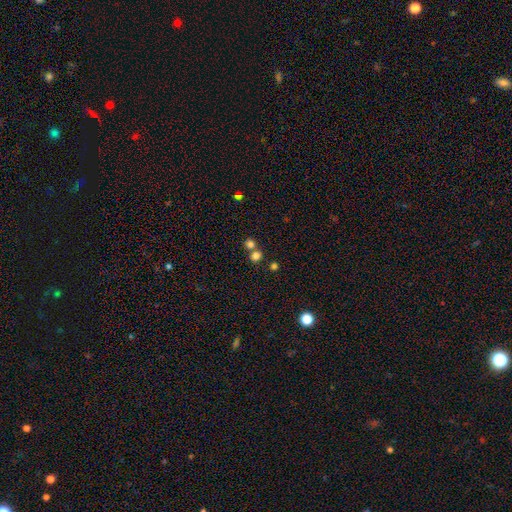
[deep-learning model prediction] Smooth or featured?
  - smooth: 78% *
  - star or artifact: 16%
  - featured or disk: 6%
How rounded?
  - round: 82% *
  - in between: 17%
  - cigar-shaped: 1%
Merging?
  - none: 59% *
  - merger: 32%
  - minor disturbance: 6%
  - major disturbance: 3%